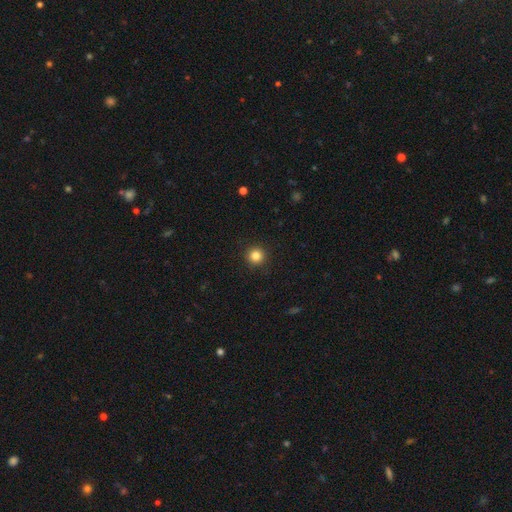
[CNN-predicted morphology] smooth-or-featured: smooth: 84% | star or artifact: 12% | featured or disk: 4%
  how-rounded: round: 96% | in between: 3% | cigar-shaped: 1%
  merging: none: 93% | minor disturbance: 5% | major disturbance: 2% | merger: 1%